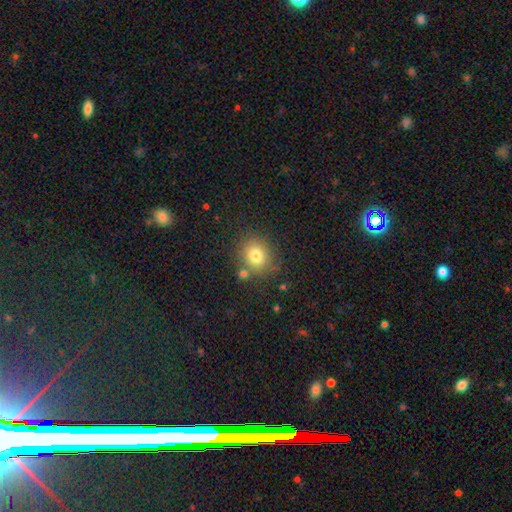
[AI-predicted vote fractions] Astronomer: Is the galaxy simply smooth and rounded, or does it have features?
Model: smooth — 78%.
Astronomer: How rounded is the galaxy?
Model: round — 70%.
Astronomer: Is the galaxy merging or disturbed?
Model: none — 75%.